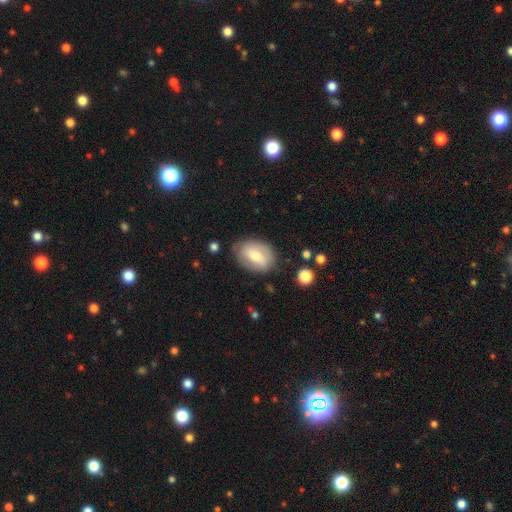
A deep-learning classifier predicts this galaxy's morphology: smooth_or_featured: smooth (p=0.59) [alt: featured or disk p=0.34]
how_rounded: in between (p=0.78) [alt: round p=0.20]
merging: none (p=0.75) [alt: minor disturbance p=0.17]